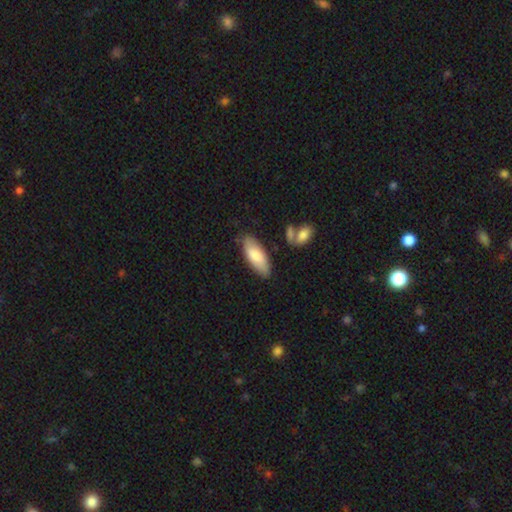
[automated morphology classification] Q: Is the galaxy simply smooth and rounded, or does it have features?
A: smooth — 80%.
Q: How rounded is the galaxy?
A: in between — 74%.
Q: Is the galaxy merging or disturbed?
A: none — 77%.